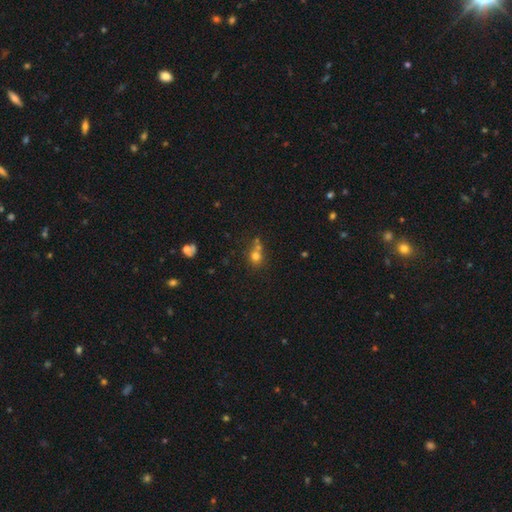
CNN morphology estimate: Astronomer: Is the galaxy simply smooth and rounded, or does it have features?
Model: smooth — 71%.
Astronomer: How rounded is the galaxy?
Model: round — 78%.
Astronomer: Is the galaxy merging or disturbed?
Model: none — 54% (runner-up: merger, 30%).